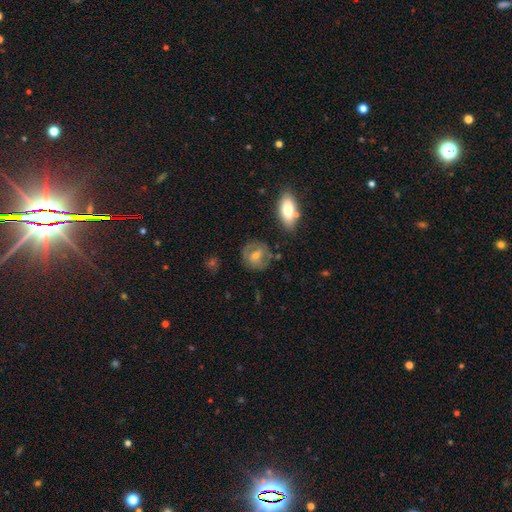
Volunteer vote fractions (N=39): Smooth or featured? 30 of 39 (77%) said featured or disk. Edge-on disk? 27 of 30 (90%) said no. Bar? 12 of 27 (44%) said weak. Spiral arms? 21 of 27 (78%) said yes. Spiral winding? 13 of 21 (62%) said tight. Spiral arm count? 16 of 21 (76%) said 2. Bulge size? 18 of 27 (67%) said moderate. Merging? 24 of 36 (67%) said none.